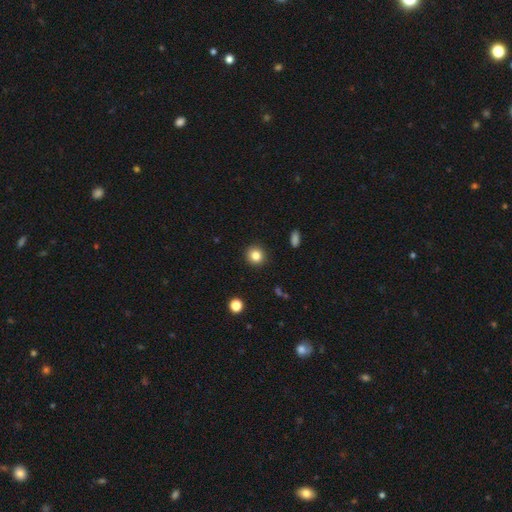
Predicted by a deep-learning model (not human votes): Morphology: type=smooth (83%); roundness=round (91%); merging=none (91%).